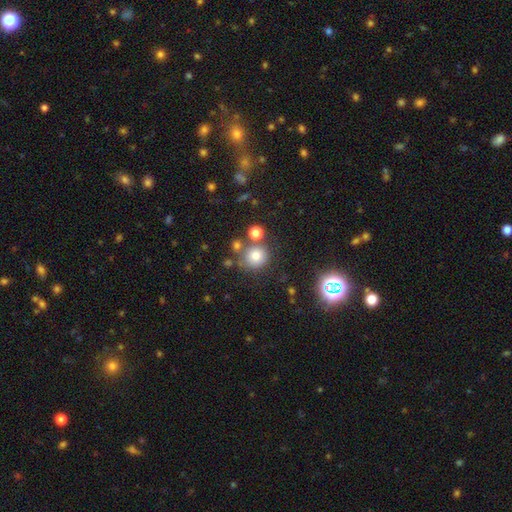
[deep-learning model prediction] A smooth galaxy with no disk features (75%) that is round (88%).

Vote fractions:
- Smooth or featured? smooth: 75% / star or artifact: 15% / featured or disk: 10%
- How rounded? round: 88% / in between: 11% / cigar-shaped: 1%
- Merging? none: 69% / merger: 15% / minor disturbance: 12% / major disturbance: 5%